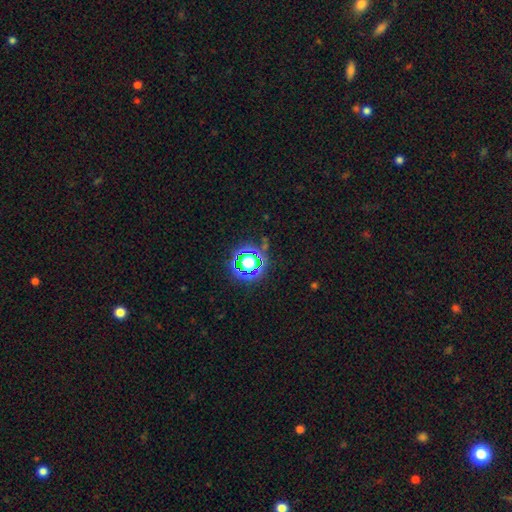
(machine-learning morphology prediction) Overall: star or artifact (78%).